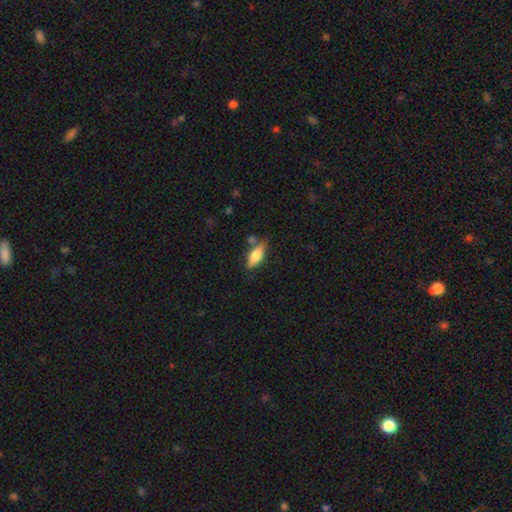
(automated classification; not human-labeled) Smooth or featured? Predicted: smooth (p=0.65). How rounded? Predicted: in between (p=0.68). Merging? Predicted: none (p=0.73).